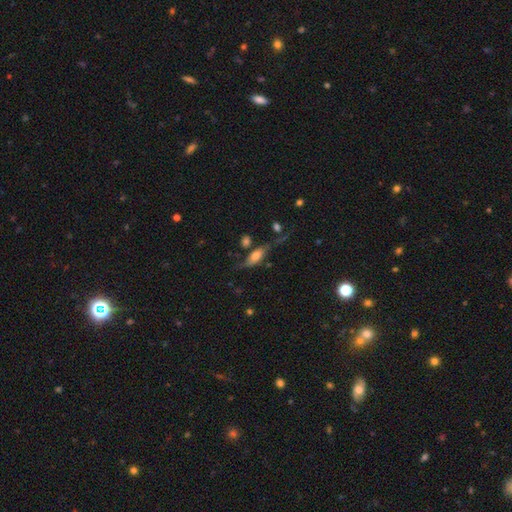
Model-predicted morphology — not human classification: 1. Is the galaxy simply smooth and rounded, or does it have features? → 49% smooth, 42% featured or disk, 9% star or artifact.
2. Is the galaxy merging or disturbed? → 49% none, 23% minor disturbance, 17% major disturbance, 11% merger.